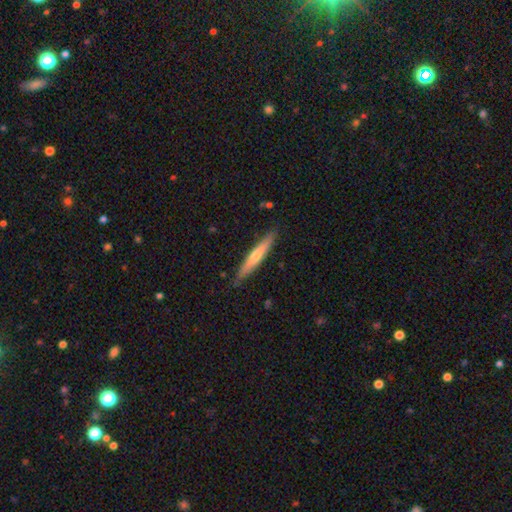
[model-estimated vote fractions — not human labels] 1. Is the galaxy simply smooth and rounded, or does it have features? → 52% smooth, 43% featured or disk, 5% star or artifact.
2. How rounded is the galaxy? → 93% cigar-shaped, 6% in between, 1% round.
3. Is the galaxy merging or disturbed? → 87% none, 10% minor disturbance, 2% major disturbance, 1% merger.